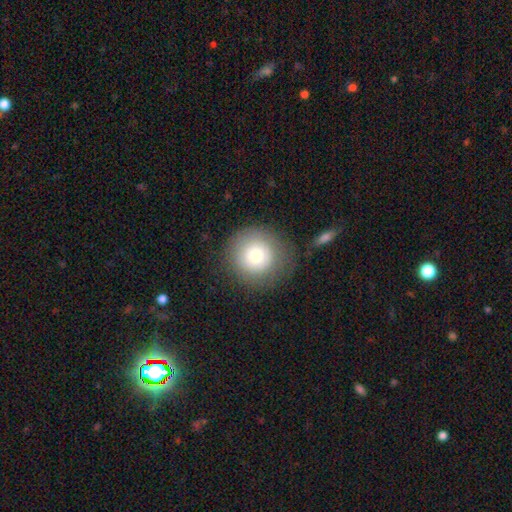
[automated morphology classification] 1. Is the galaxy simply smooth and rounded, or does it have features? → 76% smooth, 15% featured or disk, 10% star or artifact.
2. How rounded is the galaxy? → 94% round, 5% in between, 1% cigar-shaped.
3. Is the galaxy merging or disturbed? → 79% none, 13% minor disturbance, 6% major disturbance, 2% merger.